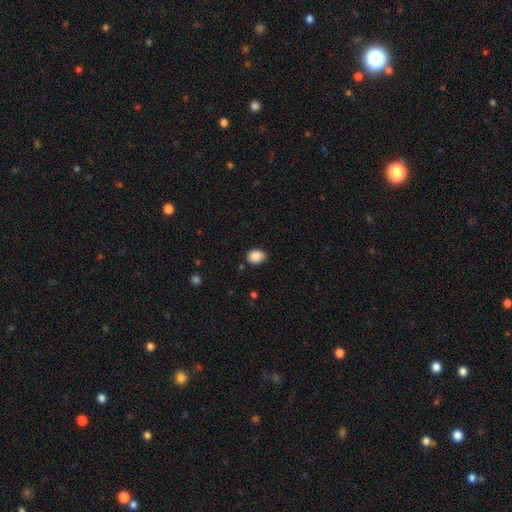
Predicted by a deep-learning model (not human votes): Smooth or featured: smooth — 88% (star or artifact — 8%)
How rounded: in between — 65% (round — 34%)
Merging: none — 84% (minor disturbance — 12%)